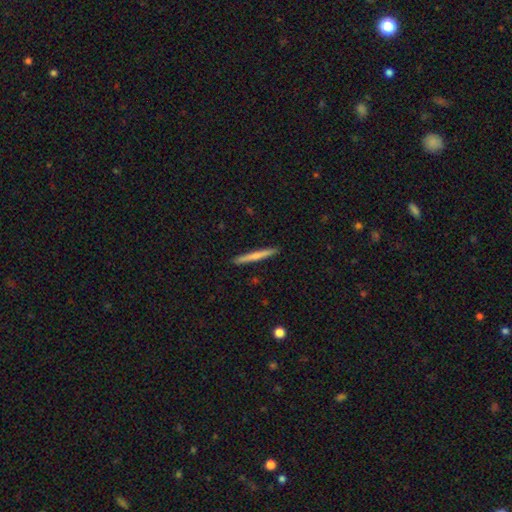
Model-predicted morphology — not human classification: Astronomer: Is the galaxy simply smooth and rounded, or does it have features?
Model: smooth — 61%.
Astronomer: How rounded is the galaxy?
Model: cigar-shaped — 96%.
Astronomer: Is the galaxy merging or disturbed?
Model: none — 92%.